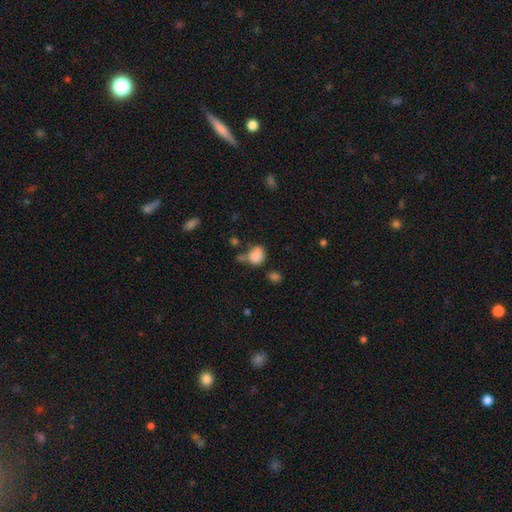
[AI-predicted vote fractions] Q: Smooth or featured?
A: smooth (82%); runner-up: star or artifact (11%)
Q: How rounded?
A: in between (51%); runner-up: round (47%)
Q: Merging?
A: none (45%); runner-up: minor disturbance (25%)